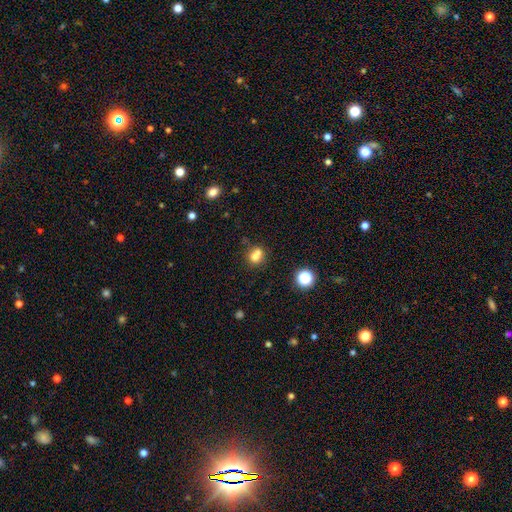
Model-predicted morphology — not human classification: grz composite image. It shows a smooth galaxy with no disk features (71%) that is round (71%). Merging: merger (45%).